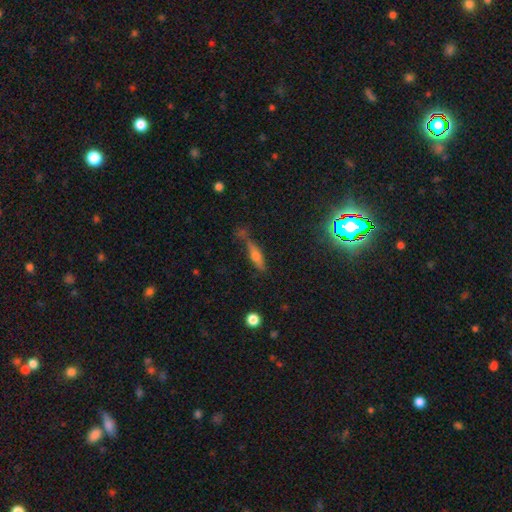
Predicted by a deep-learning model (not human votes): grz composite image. It shows a smooth galaxy with no disk features (46%). Merging: none (59%).